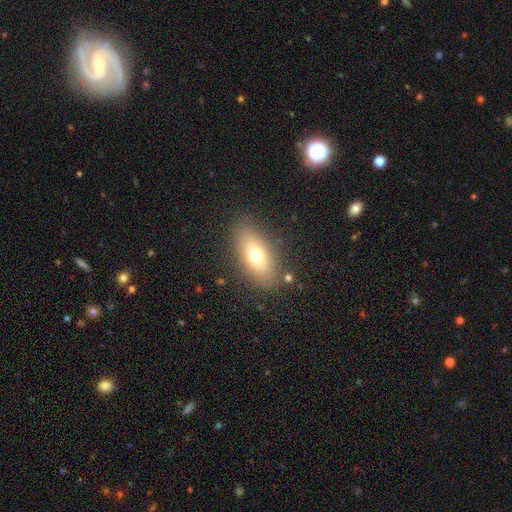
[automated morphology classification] smooth_or_featured: smooth (p=0.69) [alt: featured or disk p=0.20]
how_rounded: in between (p=0.85) [alt: cigar-shaped p=0.09]
merging: none (p=0.84) [alt: minor disturbance p=0.10]